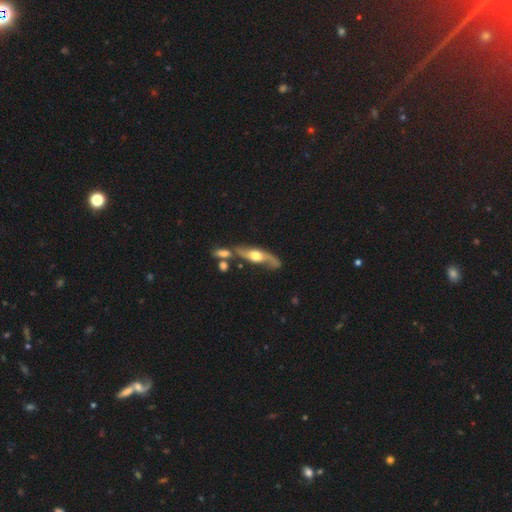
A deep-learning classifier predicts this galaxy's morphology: Smooth or featured? featured or disk (76%)
Edge-on disk? no (66%)
Bar? no (67%)
Spiral arms? yes (88%)
Bulge size? moderate (65%)
Merging? none (59%)